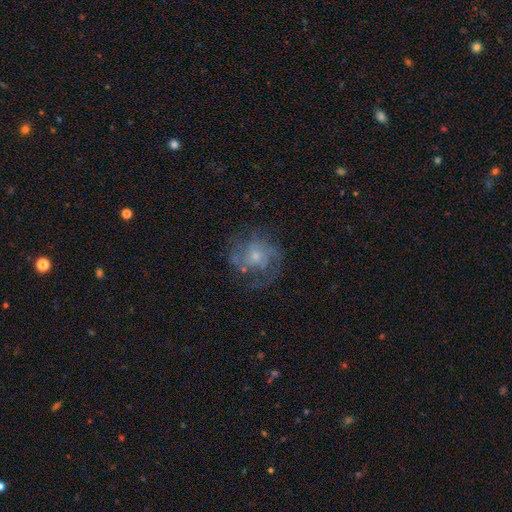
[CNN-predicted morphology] Q: Smooth or featured?
A: featured or disk (65%); runner-up: smooth (26%)
Q: Edge-on disk?
A: no (98%); runner-up: yes (2%)
Q: Bar?
A: no (78%); runner-up: weak (19%)
Q: Spiral arms?
A: yes (74%); runner-up: no (26%)
Q: Bulge size?
A: small (61%); runner-up: moderate (30%)
Q: Merging?
A: none (56%); runner-up: major disturbance (22%)